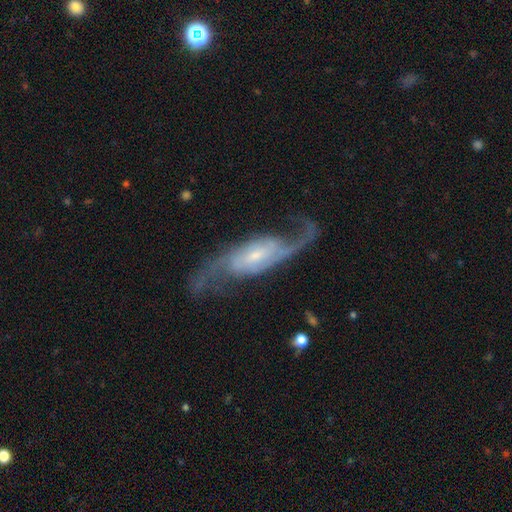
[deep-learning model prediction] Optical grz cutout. It shows a featured or disk galaxy (90%) with a weak bar (45%), 2 (90%) loose (50%) spiral arms (97%) and a small central bulge (60%). Merging: none (72%).